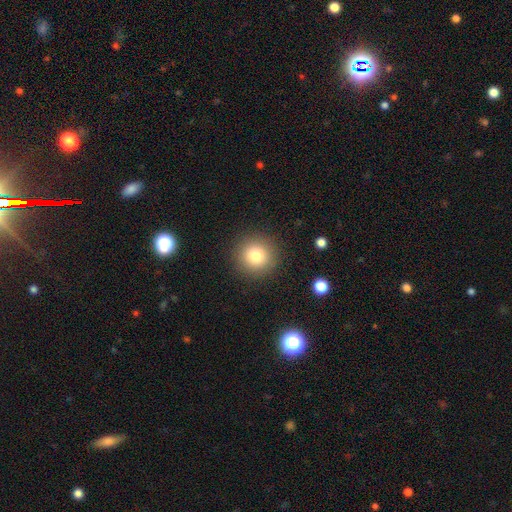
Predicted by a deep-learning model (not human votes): This is clearly a smooth galaxy (81%). How rounded: clearly round (95%). Merging: clearly none (90%).